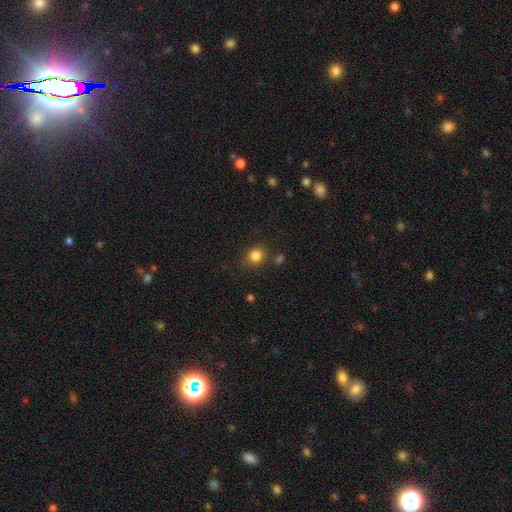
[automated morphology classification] smooth_or_featured: smooth (p=0.83) [alt: star or artifact p=0.12]
how_rounded: round (p=0.80) [alt: in between p=0.19]
merging: none (p=0.81) [alt: minor disturbance p=0.11]